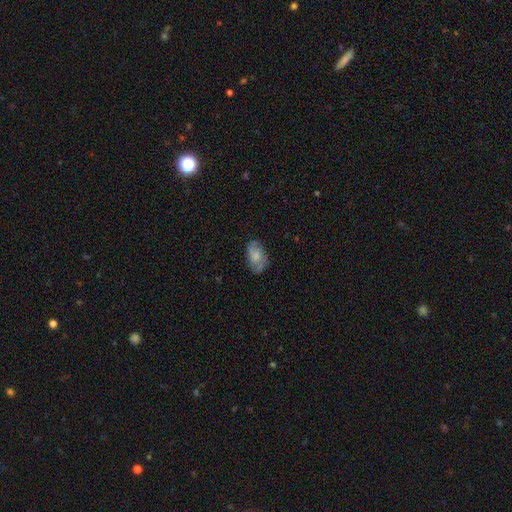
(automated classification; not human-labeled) Q: Smooth or featured?
A: smooth (52%); runner-up: featured or disk (40%)
Q: How rounded?
A: in between (89%); runner-up: round (9%)
Q: Merging?
A: none (68%); runner-up: minor disturbance (23%)